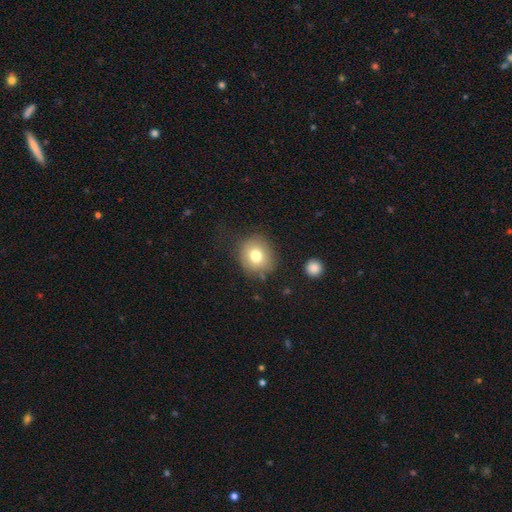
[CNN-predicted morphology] type=smooth (75%); roundness=round (83%); merging=none (78%).